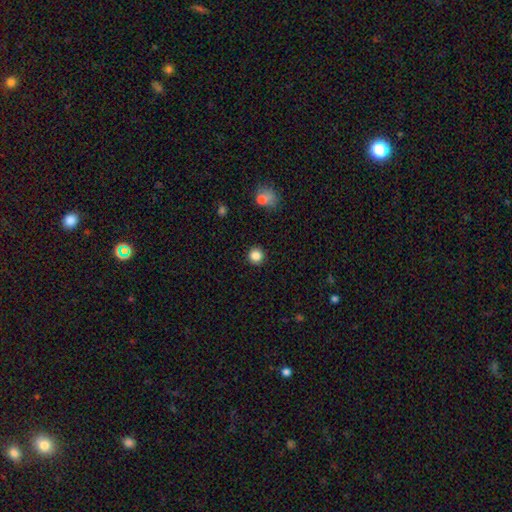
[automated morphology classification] Smooth or featured: smooth — 86% (star or artifact — 11%)
How rounded: round — 94% (in between — 5%)
Merging: none — 91% (minor disturbance — 5%)